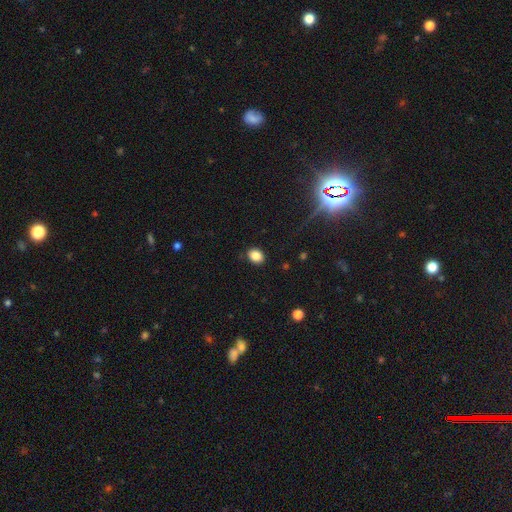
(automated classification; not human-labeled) smooth_or_featured: smooth (p=0.85) [alt: star or artifact p=0.10]
how_rounded: in between (p=0.59) [alt: round p=0.40]
merging: none (p=0.87) [alt: minor disturbance p=0.09]